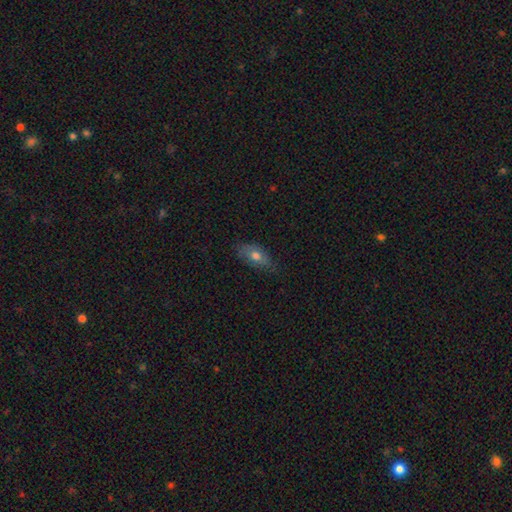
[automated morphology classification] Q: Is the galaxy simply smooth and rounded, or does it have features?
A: smooth — 68%.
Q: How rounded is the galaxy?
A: in between — 84%.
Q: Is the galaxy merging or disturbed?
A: none — 70%.